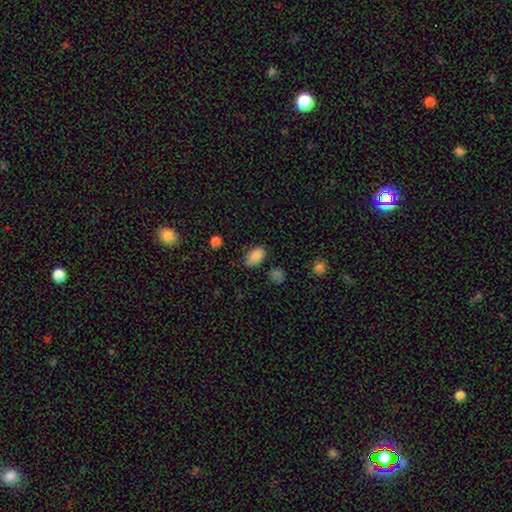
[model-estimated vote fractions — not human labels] Q: Smooth or featured?
A: smooth (87%); runner-up: star or artifact (9%)
Q: How rounded?
A: in between (91%); runner-up: round (7%)
Q: Merging?
A: none (76%); runner-up: minor disturbance (18%)